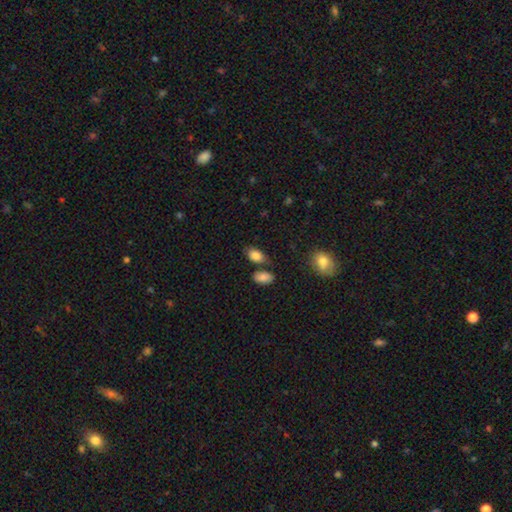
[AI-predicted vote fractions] This is clearly a smooth galaxy (85%). How rounded: clearly in between (90%). Merging: likely none (66%).